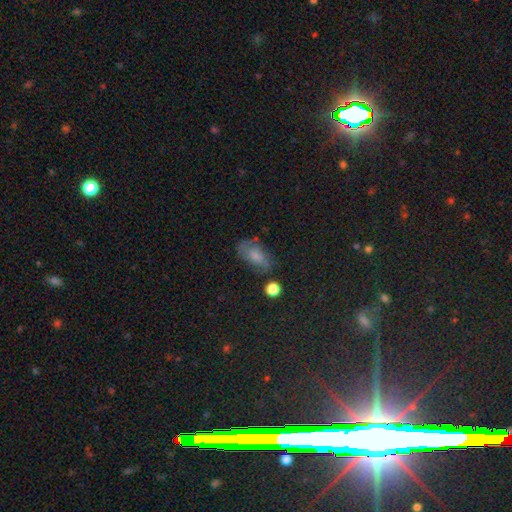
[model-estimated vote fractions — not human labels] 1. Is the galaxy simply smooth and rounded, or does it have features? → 53% smooth, 33% featured or disk, 15% star or artifact.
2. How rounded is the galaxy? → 86% in between, 10% round, 4% cigar-shaped.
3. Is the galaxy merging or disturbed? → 54% none, 27% minor disturbance, 15% major disturbance, 4% merger.